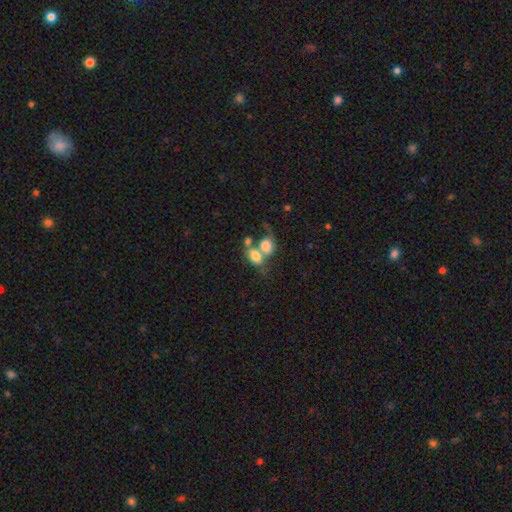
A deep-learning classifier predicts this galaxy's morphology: A smooth galaxy with no disk features (73%) that is in between round and cigar-shaped (75%). Merging: merger (65%).